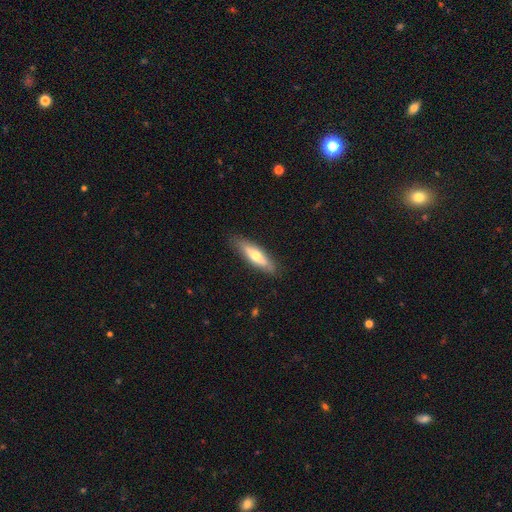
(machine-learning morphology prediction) Overall: smooth (55%; featured or disk 39%). How rounded: cigar-shaped (59%; in between 39%). Merging: none (84%).